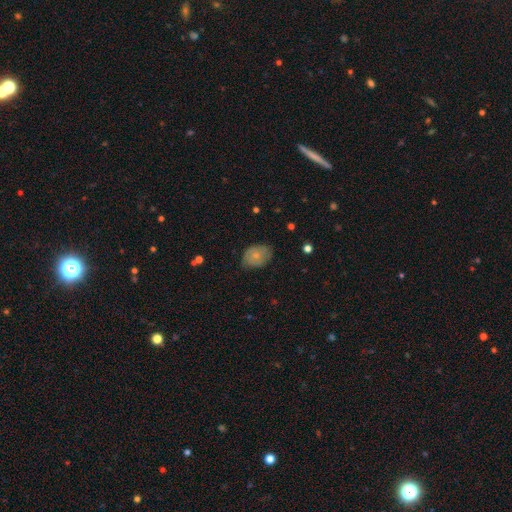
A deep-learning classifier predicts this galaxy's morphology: type=smooth (60%); roundness=in between (71%); merging=none (67%).